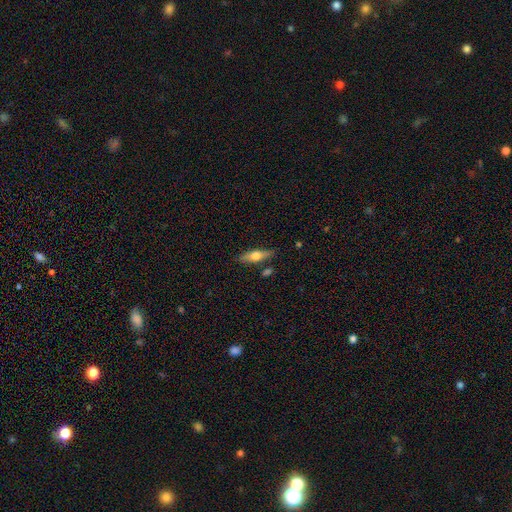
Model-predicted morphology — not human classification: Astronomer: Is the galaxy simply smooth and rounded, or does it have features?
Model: smooth — 50% (runner-up: featured or disk, 43%).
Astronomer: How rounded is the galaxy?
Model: cigar-shaped — 54% (runner-up: in between, 43%).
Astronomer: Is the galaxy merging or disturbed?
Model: none — 79%.